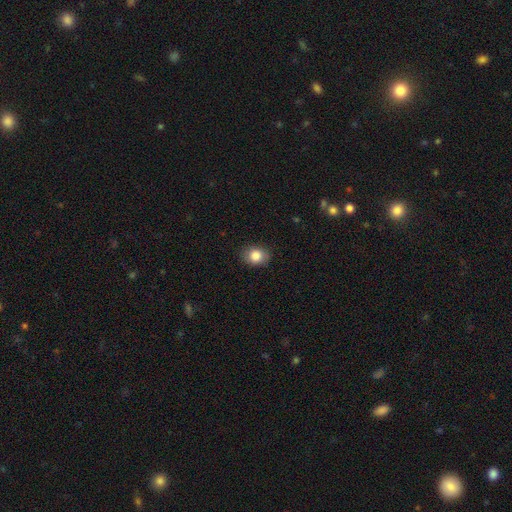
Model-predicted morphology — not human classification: This appears to be a smooth galaxy with no disk features (85%) that is in between round and cigar-shaped (50%). Merging: none (85%).